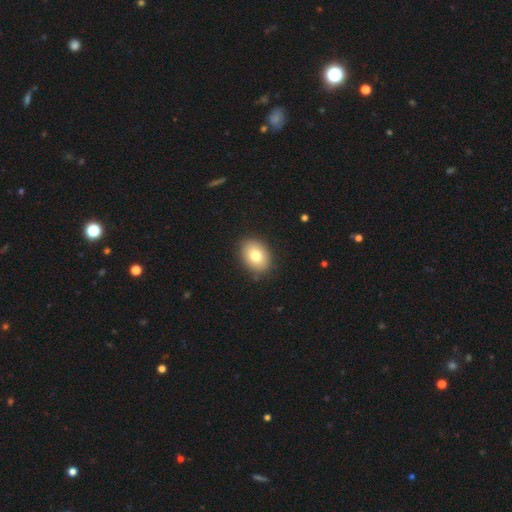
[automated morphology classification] This is likely a smooth galaxy (79%). How rounded: likely in between (70%). Merging: clearly none (88%).